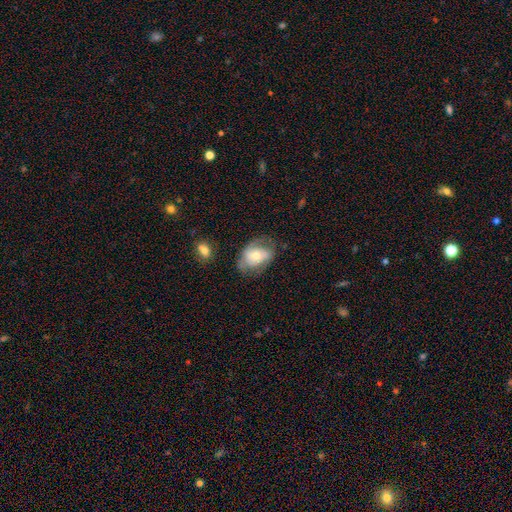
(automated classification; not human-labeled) This is possibly a featured or disk galaxy (48%). Merging: possibly none (56%).